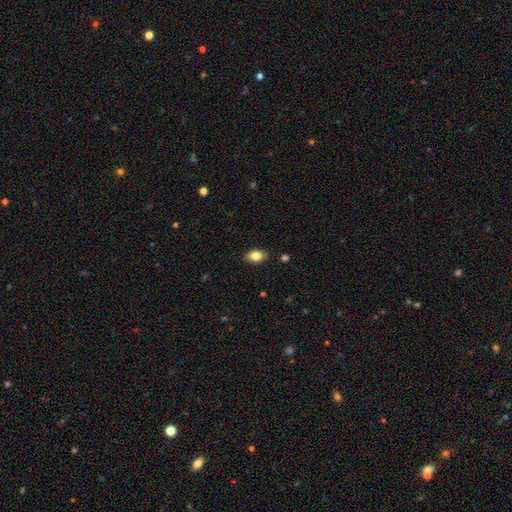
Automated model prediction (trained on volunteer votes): This appears to be a smooth galaxy with no disk features (84%) that is in between round and cigar-shaped (85%). Merging: none (87%).